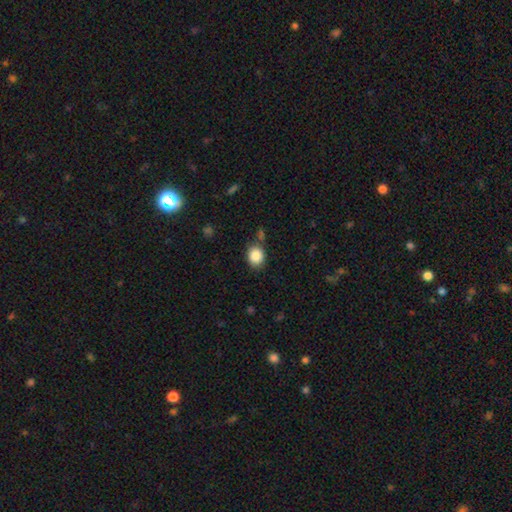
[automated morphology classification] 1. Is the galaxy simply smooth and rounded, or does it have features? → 87% smooth, 9% star or artifact, 5% featured or disk.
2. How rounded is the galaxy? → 59% round, 40% in between, 1% cigar-shaped.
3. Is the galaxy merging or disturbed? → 77% none, 13% minor disturbance, 6% merger, 4% major disturbance.